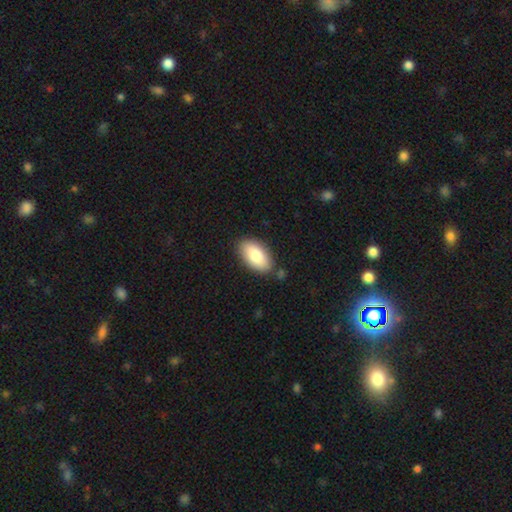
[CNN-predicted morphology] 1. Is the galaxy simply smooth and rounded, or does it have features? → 84% smooth, 10% featured or disk, 6% star or artifact.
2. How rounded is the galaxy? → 95% in between, 3% round, 3% cigar-shaped.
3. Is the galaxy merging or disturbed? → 82% none, 12% minor disturbance, 4% merger, 3% major disturbance.